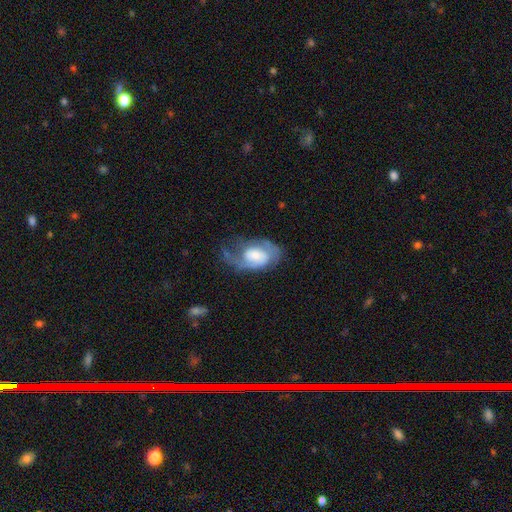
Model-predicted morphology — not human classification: smooth_or_featured: featured or disk (p=0.67) [alt: smooth p=0.27]
disk_edge_on: no (p=0.96) [alt: yes p=0.04]
bar: no (p=0.57) [alt: weak p=0.35]
has_spiral_arms: yes (p=0.83) [alt: no p=0.17]
spiral_winding: medium (p=0.45) [alt: loose p=0.29]
spiral_arm_count: 2 (p=0.59) [alt: 1 p=0.20]
bulge_size: moderate (p=0.36) [alt: large p=0.32]
merging: none (p=0.38) [alt: major disturbance p=0.33]